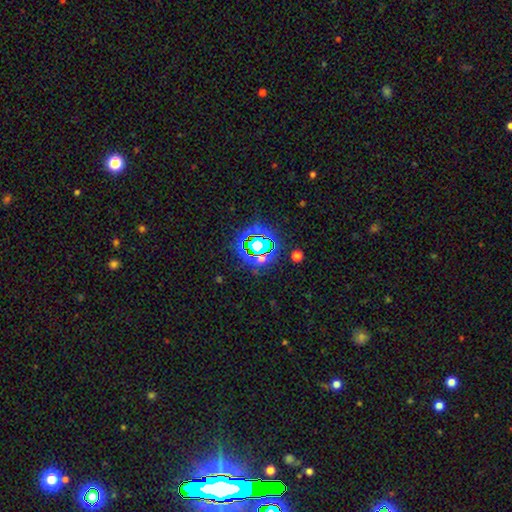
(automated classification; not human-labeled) smooth_or_featured: star or artifact (p=0.76) [alt: smooth p=0.15]